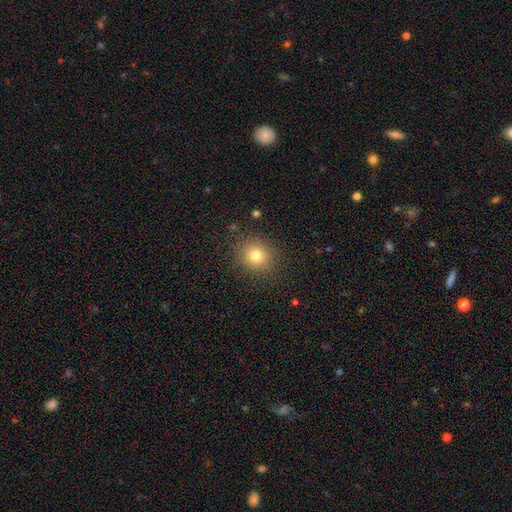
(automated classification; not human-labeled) Q: Smooth or featured?
A: smooth (78%); runner-up: star or artifact (13%)
Q: How rounded?
A: round (84%); runner-up: in between (15%)
Q: Merging?
A: none (88%); runner-up: minor disturbance (8%)